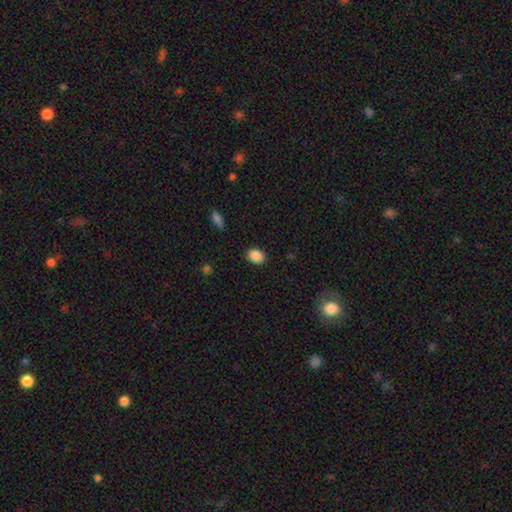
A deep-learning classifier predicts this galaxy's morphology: The model was most divided on "how rounded": in between: 66%, round: 33%, cigar-shaped: 1%. More confident: merging — none (88%); smooth or featured — smooth (88%).